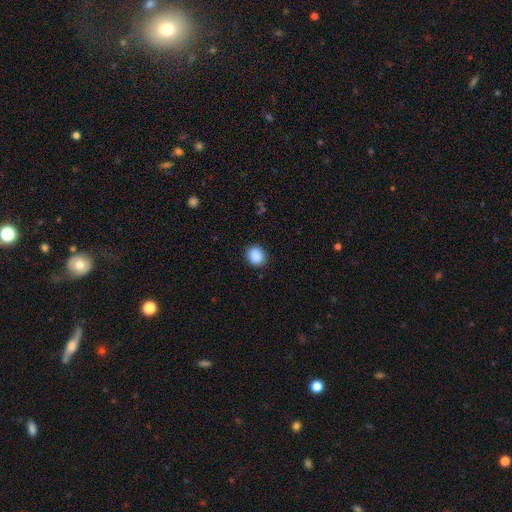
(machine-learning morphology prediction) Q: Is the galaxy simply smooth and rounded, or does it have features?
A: smooth — 89%.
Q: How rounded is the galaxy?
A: round — 68%.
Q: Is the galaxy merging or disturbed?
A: none — 86%.